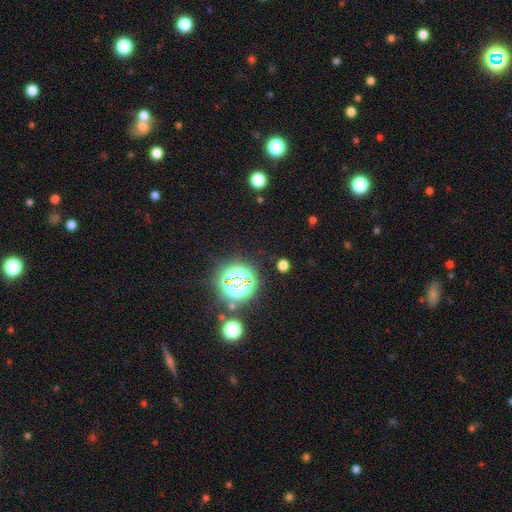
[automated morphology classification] type=star or artifact (79%).